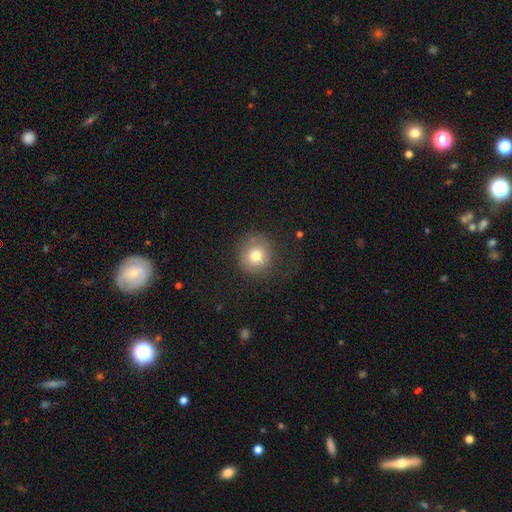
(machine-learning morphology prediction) smooth_or_featured: smooth (p=0.77) [alt: featured or disk p=0.12]
how_rounded: round (p=0.92) [alt: in between p=0.08]
merging: none (p=0.75) [alt: minor disturbance p=0.15]